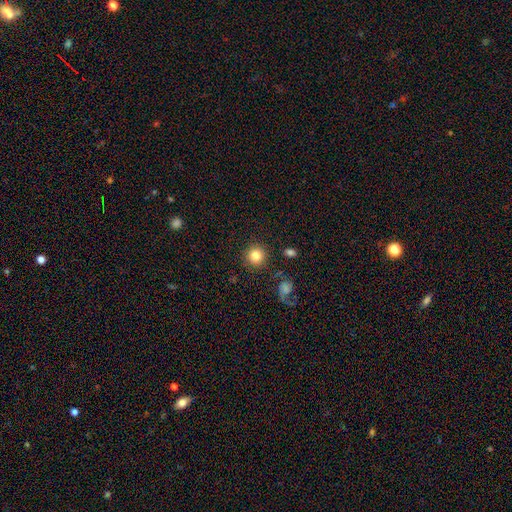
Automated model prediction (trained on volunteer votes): Smooth or featured: smooth — 82% (star or artifact — 9%)
How rounded: round — 94% (in between — 5%)
Merging: none — 88% (minor disturbance — 6%)